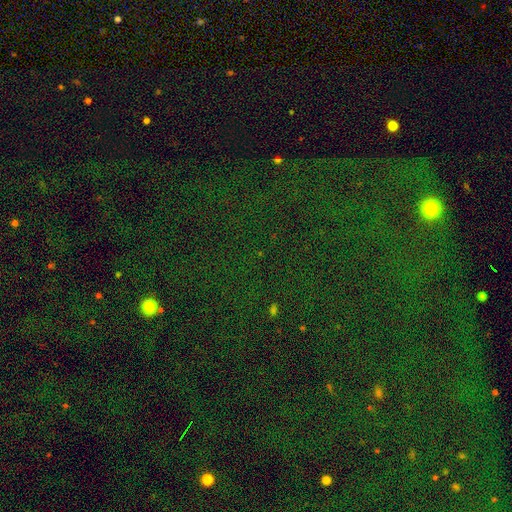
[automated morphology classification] Smooth or featured: star or artifact — 82% (smooth — 10%)